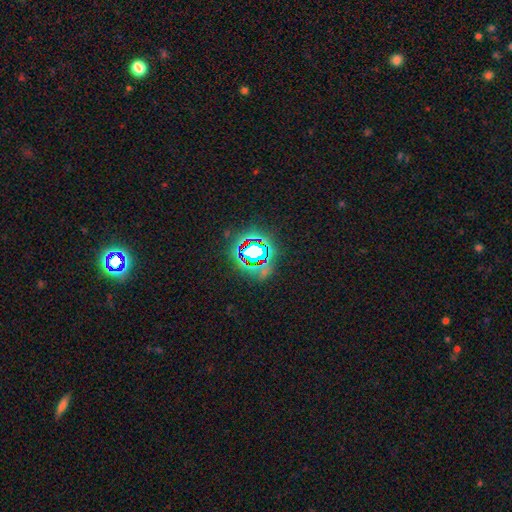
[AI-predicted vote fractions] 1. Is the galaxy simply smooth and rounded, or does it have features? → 68% star or artifact, 18% smooth, 13% featured or disk.